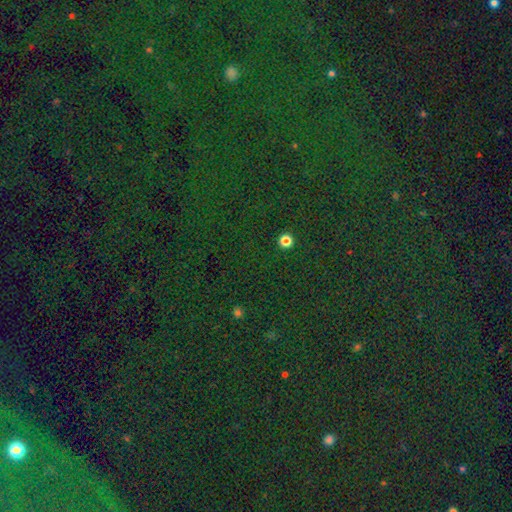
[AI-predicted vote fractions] This is likely a star or artifact rather than a galaxy (77%).